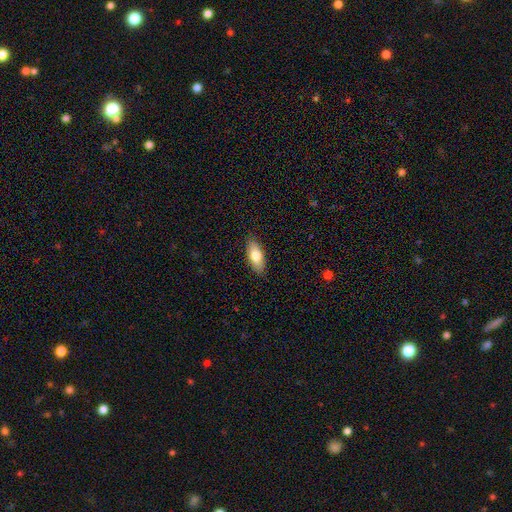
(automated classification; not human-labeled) Smooth or featured? smooth (78%)
How rounded? in between (82%)
Merging? none (88%)